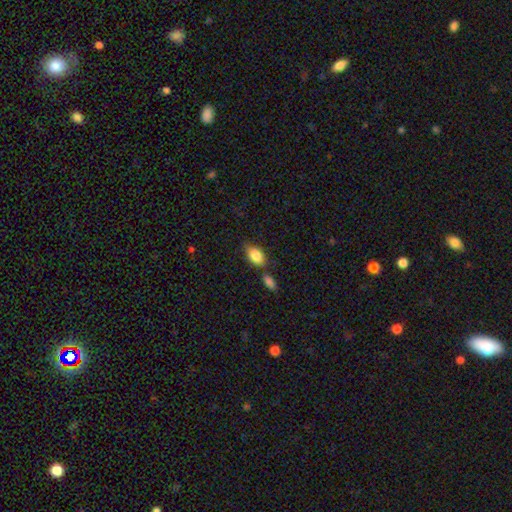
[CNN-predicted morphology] The model was most divided on "merging": none: 60%, minor disturbance: 19%, merger: 16%, major disturbance: 5%. More confident: how rounded — in between (87%); smooth or featured — smooth (85%).